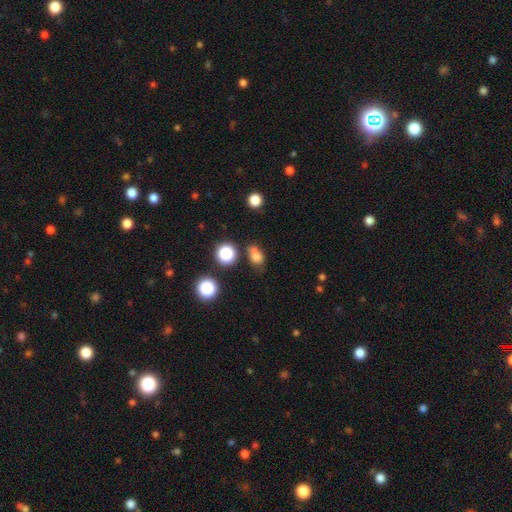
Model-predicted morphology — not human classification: This is likely a smooth galaxy (72%). How rounded: possibly round (52%). Merging: possibly none (45%).